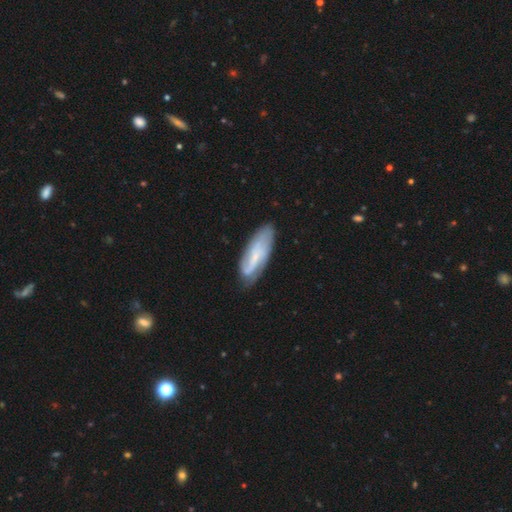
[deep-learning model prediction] Smooth or featured: featured or disk — 53% (smooth — 40%)
Edge-on disk: no — 83% (yes — 17%)
Merging: none — 66% (minor disturbance — 24%)